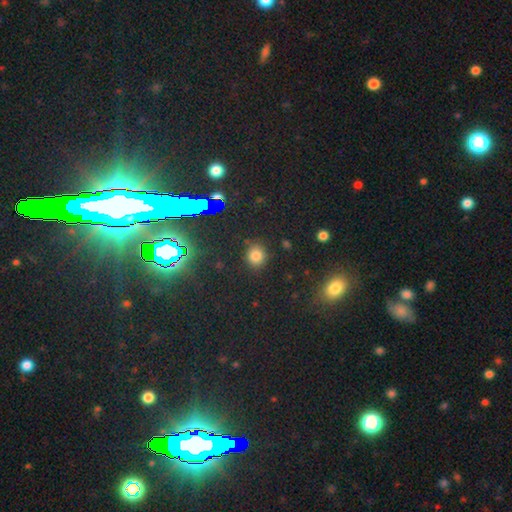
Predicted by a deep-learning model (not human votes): Smooth or featured: smooth — 72% (star or artifact — 22%)
How rounded: round — 80% (in between — 18%)
Merging: none — 85% (minor disturbance — 9%)